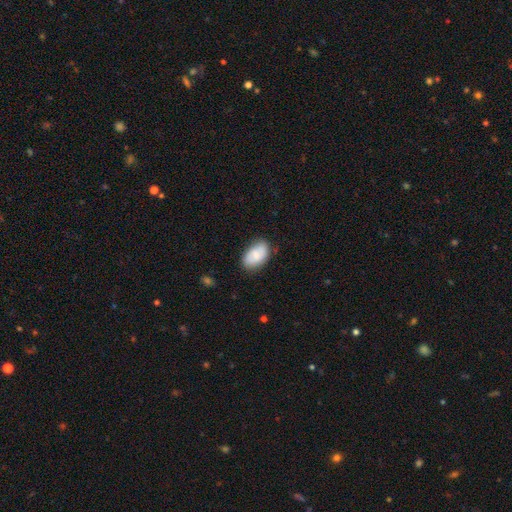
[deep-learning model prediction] Smooth or featured? smooth (74%)
How rounded? in between (93%)
Merging? none (75%)